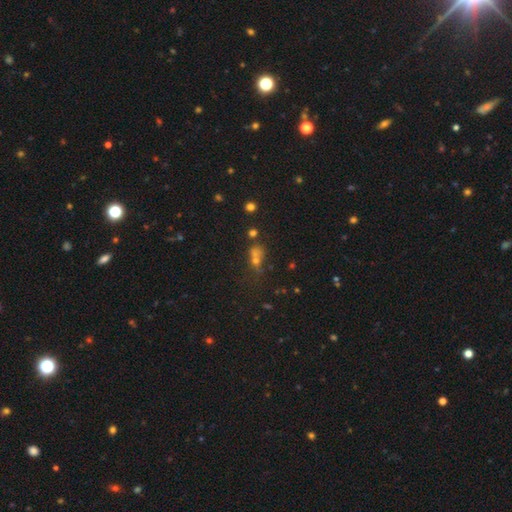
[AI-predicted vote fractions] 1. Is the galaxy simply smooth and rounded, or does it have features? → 48% smooth, 37% star or artifact, 15% featured or disk.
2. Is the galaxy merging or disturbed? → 41% none, 32% merger, 14% minor disturbance, 13% major disturbance.